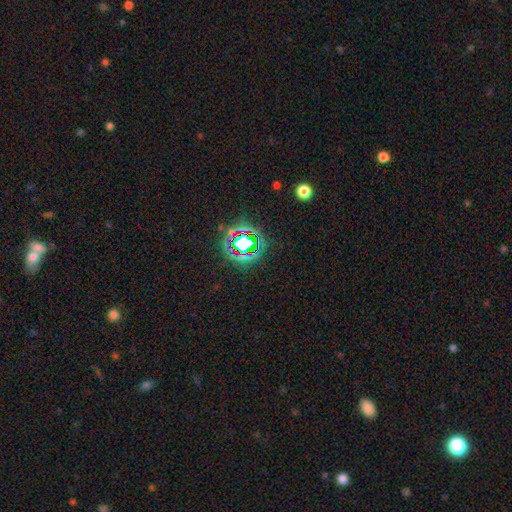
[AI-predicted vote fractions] star or artifact 67%, smooth 22%, featured or disk 11%.